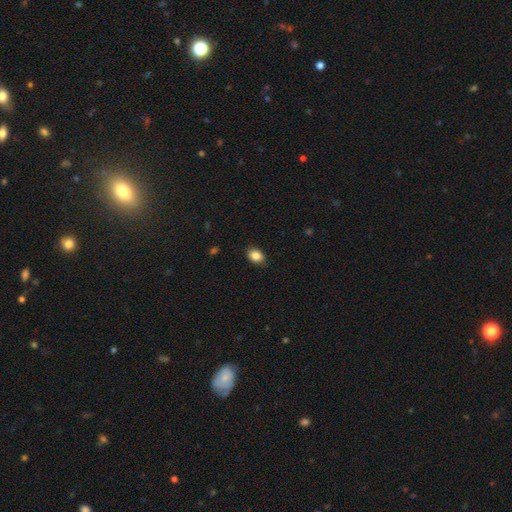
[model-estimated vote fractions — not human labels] A smooth galaxy with no disk features (86%) that is in between round and cigar-shaped (74%). Merging: none (87%).